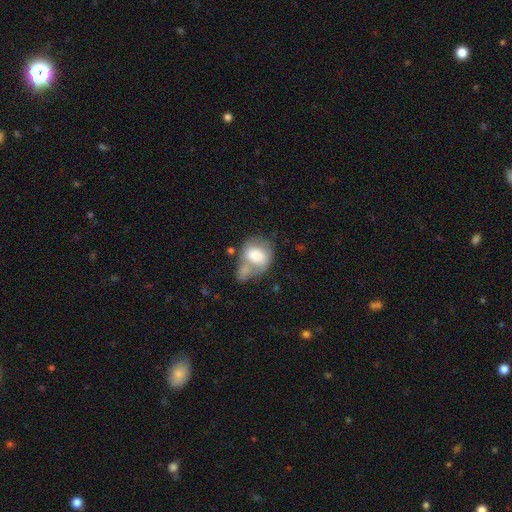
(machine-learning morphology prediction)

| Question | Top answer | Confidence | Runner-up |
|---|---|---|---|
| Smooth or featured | smooth | 67% | featured or disk (26%) |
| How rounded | in between | 51% | round (47%) |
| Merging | merger | 43% | none (24%) |